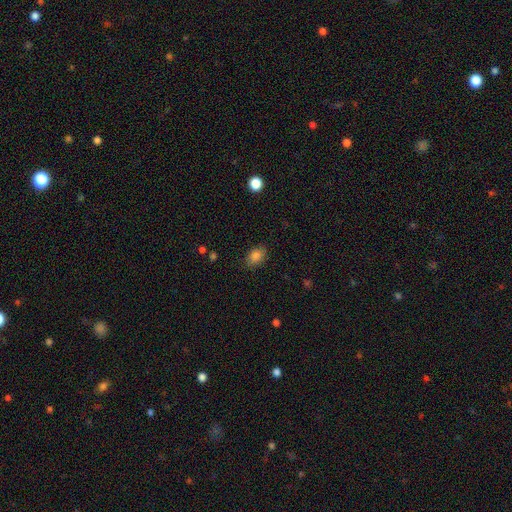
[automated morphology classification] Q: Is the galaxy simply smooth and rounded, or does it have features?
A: smooth — 84%.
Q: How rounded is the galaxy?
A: in between — 73%.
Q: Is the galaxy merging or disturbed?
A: none — 84%.